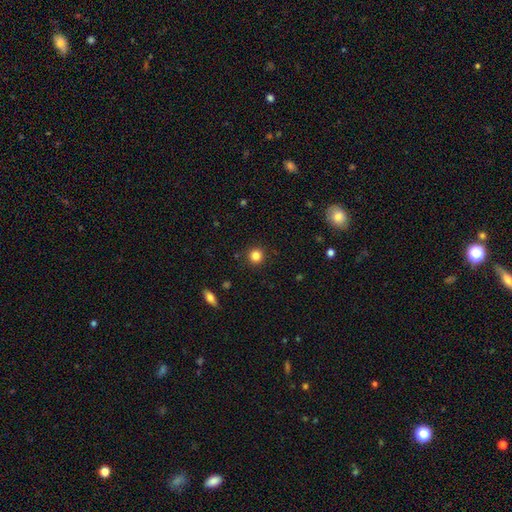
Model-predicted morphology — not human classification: A smooth galaxy with no disk features (83%) that is round (93%). Merging: none (91%).